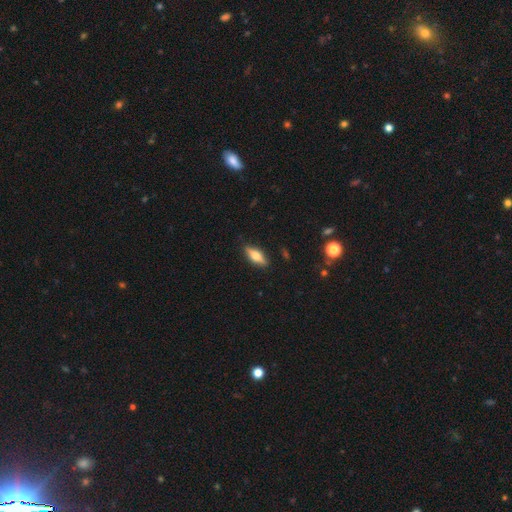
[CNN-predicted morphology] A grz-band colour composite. It shows a smooth galaxy with no disk features (58%) that is in between round and cigar-shaped (65%). Merging: none (86%).